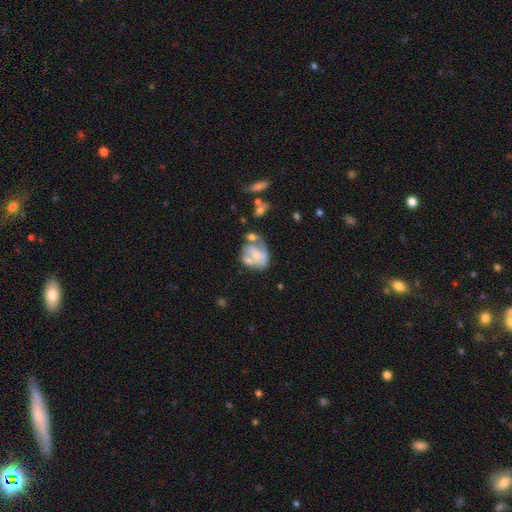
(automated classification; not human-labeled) Morphology: type=featured or disk (52%); edge-on=no (97%); bar=no (76%); spiral arms=no (61%); bulge=none (31%, tied with small); merging=merger (29%).